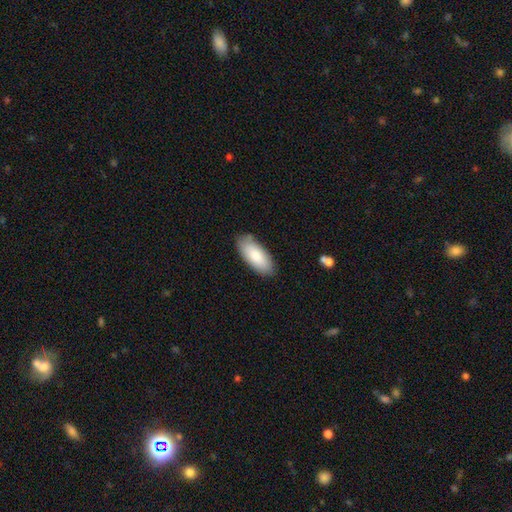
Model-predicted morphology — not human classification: The model was most divided on "merging": none: 83%, minor disturbance: 13%, major disturbance: 2%, merger: 2%. More confident: how rounded — in between (87%); smooth or featured — smooth (84%).